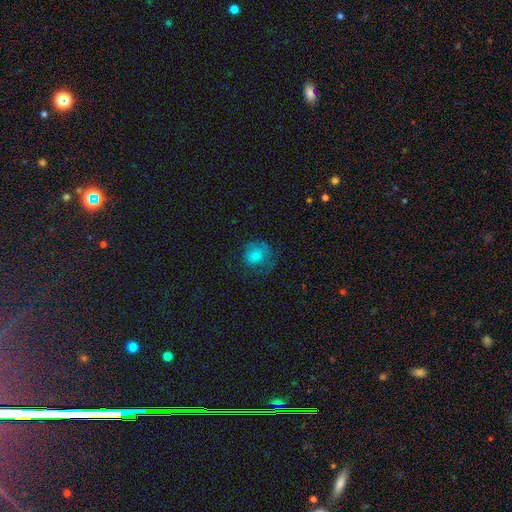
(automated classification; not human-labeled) smooth-or-featured: smooth: 66% | featured or disk: 21% | star or artifact: 13%
  how-rounded: round: 81% | in between: 18% | cigar-shaped: 1%
  merging: none: 59% | minor disturbance: 22% | major disturbance: 18% | merger: 1%